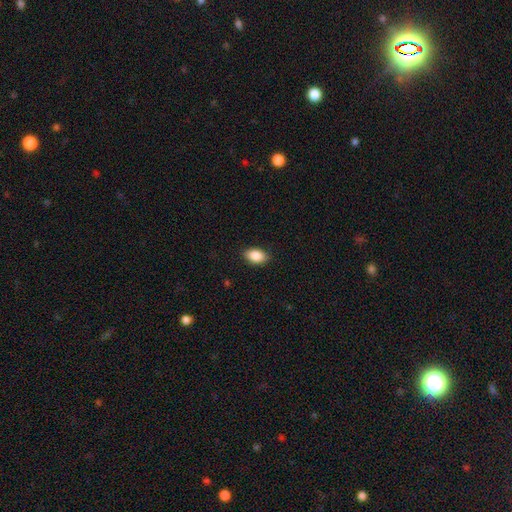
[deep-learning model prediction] This appears to be a smooth galaxy with no disk features (88%) that is in between round and cigar-shaped (91%). Merging: none (88%).